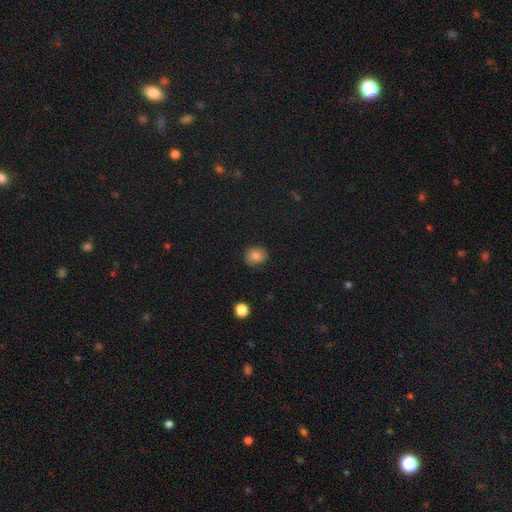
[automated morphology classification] A smooth galaxy with no disk features (78%) that is round (72%).

Vote fractions:
- Smooth or featured? smooth: 78% / star or artifact: 11% / featured or disk: 11%
- How rounded? round: 72% / in between: 27% / cigar-shaped: 1%
- Merging? none: 82% / minor disturbance: 14% / major disturbance: 3% / merger: 1%